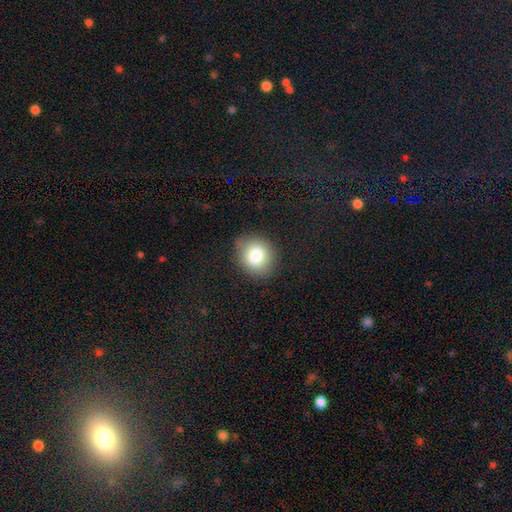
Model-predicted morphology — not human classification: Overall: smooth (81%). How rounded: round (71%). Merging: none (82%).